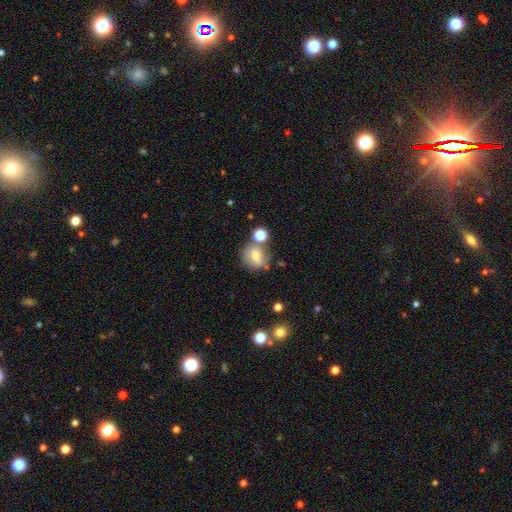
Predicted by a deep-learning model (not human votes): Q: Smooth or featured?
A: smooth (66%); runner-up: featured or disk (22%)
Q: How rounded?
A: round (82%); runner-up: in between (17%)
Q: Merging?
A: none (60%); runner-up: merger (20%)